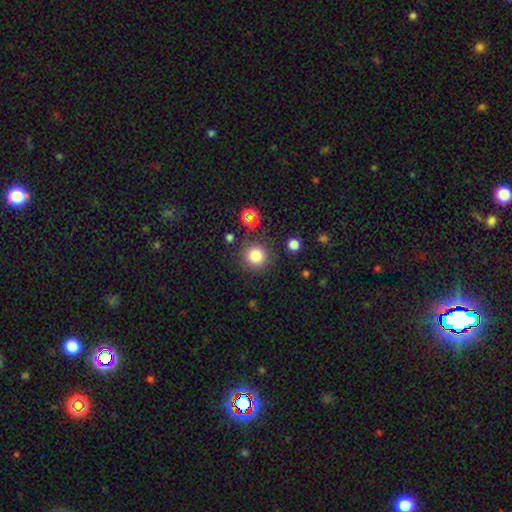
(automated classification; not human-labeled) Morphology: type=smooth (82%); roundness=round (94%); merging=none (85%).